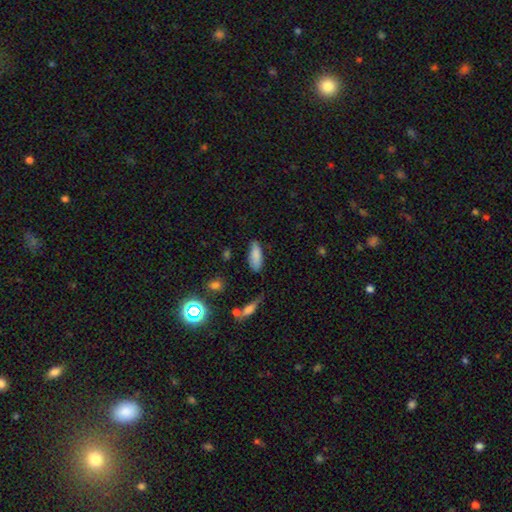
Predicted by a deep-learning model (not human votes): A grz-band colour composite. It shows a smooth galaxy with no disk features (84%) that is in between round and cigar-shaped (70%). Merging: none (77%).